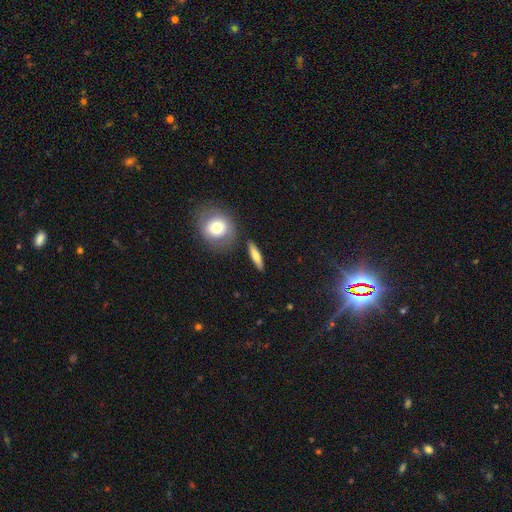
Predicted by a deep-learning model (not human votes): Morphology: type=smooth (72%); roundness=cigar-shaped (67%); merging=none (86%).